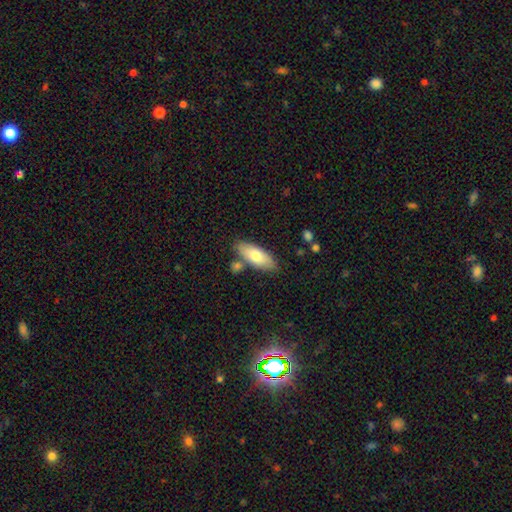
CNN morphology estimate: smooth 71%, featured or disk 23%, star or artifact 6%. Down the decision tree: how rounded — in between (77%); merging — none (77%).